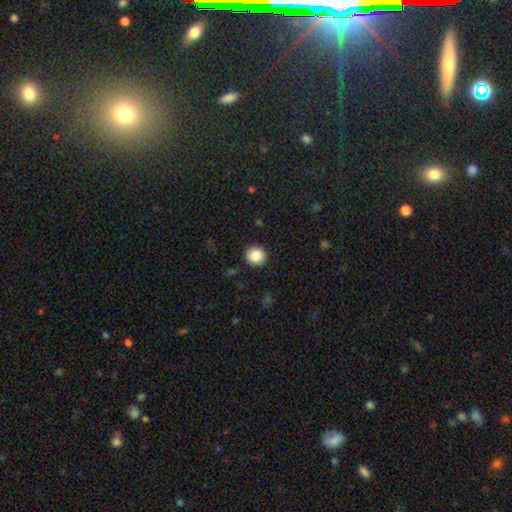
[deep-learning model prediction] The model was most divided on "smooth or featured": smooth: 86%, star or artifact: 9%, featured or disk: 5%. More confident: merging — none (92%); how rounded — round (90%).